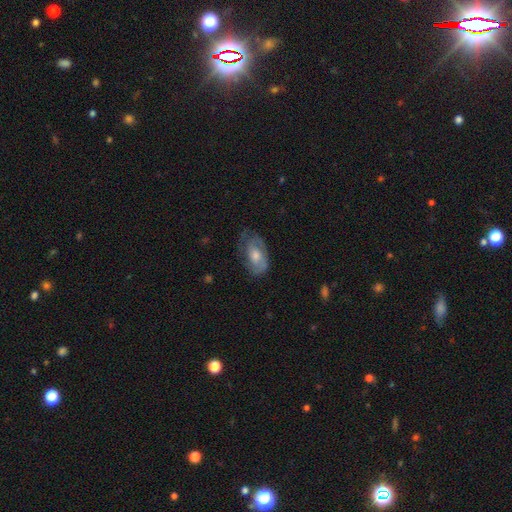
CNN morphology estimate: Smooth or featured?
  - featured or disk: 67% *
  - smooth: 26%
  - star or artifact: 7%
Edge-on disk?
  - no: 94% *
  - yes: 6%
Bar?
  - no: 72% *
  - weak: 24%
  - strong: 4%
Spiral arms?
  - yes: 84% *
  - no: 16%
Spiral winding?
  - tight: 52% *
  - medium: 36%
  - loose: 12%
Spiral arm count?
  - 2: 51% *
  - can't tell: 30%
  - 3: 7%
  - 1: 7%
  - 4: 2%
  - more than 4: 2%
Bulge size?
  - moderate: 65% *
  - small: 21%
  - large: 11%
  - none: 2%
  - dominant: 1%
Merging?
  - none: 66% *
  - minor disturbance: 23%
  - major disturbance: 9%
  - merger: 1%